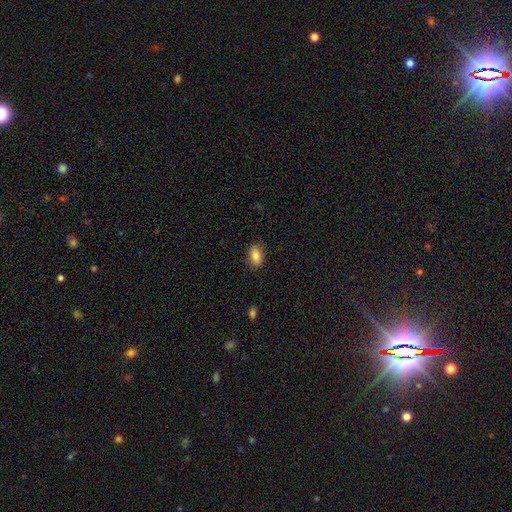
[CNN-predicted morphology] type=smooth (85%); roundness=in between (88%); merging=none (85%).